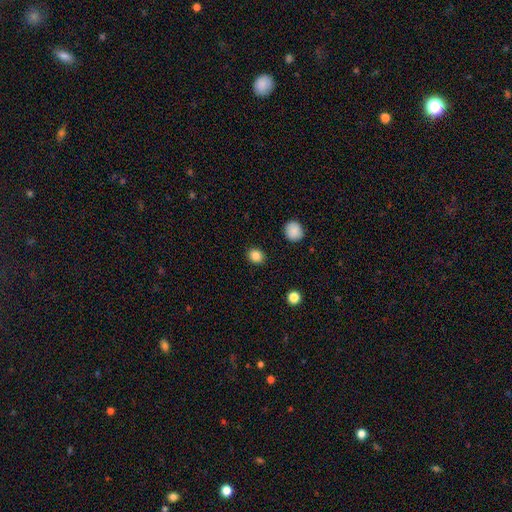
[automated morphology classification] Smooth or featured? Predicted: smooth (p=0.86). How rounded? Predicted: round (p=0.68). Merging? Predicted: none (p=0.90).